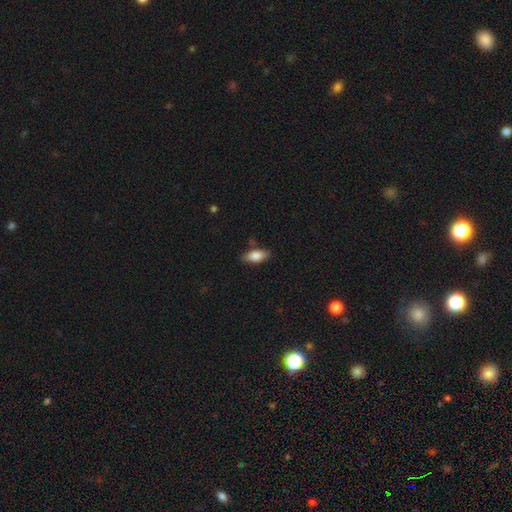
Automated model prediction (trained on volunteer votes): Smooth or featured: smooth — 81% (featured or disk — 12%)
How rounded: in between — 87% (cigar-shaped — 10%)
Merging: none — 81% (minor disturbance — 14%)